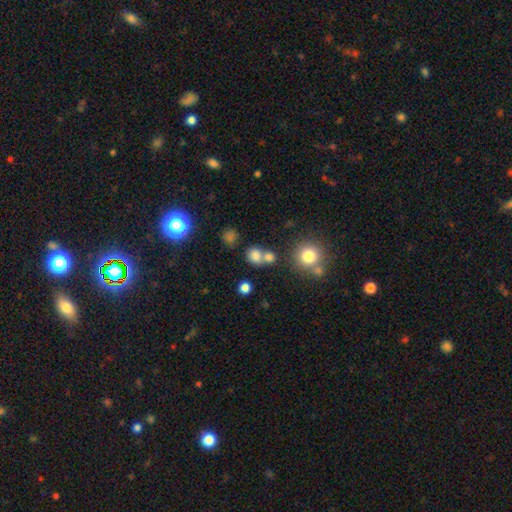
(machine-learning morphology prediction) Smooth or featured?
  - smooth: 76% *
  - star or artifact: 15%
  - featured or disk: 8%
How rounded?
  - round: 73% *
  - in between: 26%
  - cigar-shaped: 1%
Merging?
  - none: 49% *
  - merger: 38%
  - minor disturbance: 9%
  - major disturbance: 4%